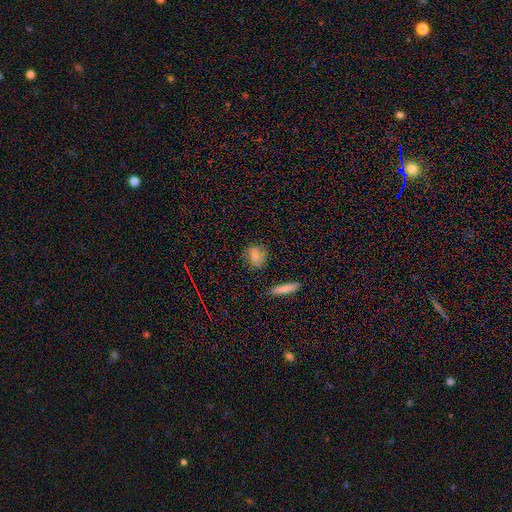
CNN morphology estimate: This appears to be a smooth galaxy with no disk features (66%) that is round (54%). Merging: none (74%).